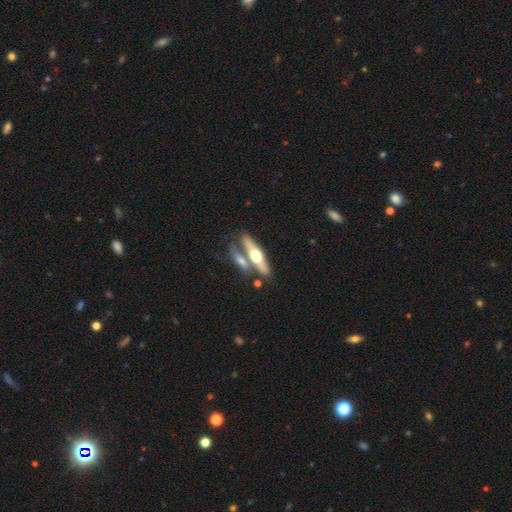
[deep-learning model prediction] Smooth or featured?
  - featured or disk: 57% *
  - smooth: 38%
  - star or artifact: 5%
Edge-on disk?
  - yes: 86% *
  - no: 14%
Merging?
  - none: 53% *
  - merger: 32%
  - minor disturbance: 11%
  - major disturbance: 4%